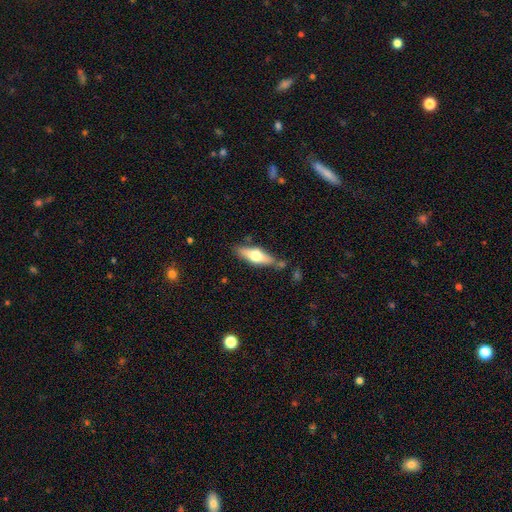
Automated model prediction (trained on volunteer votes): Overall: smooth (51%; featured or disk 43%). How rounded: in between (50%; cigar-shaped 48%). Merging: none (74%).